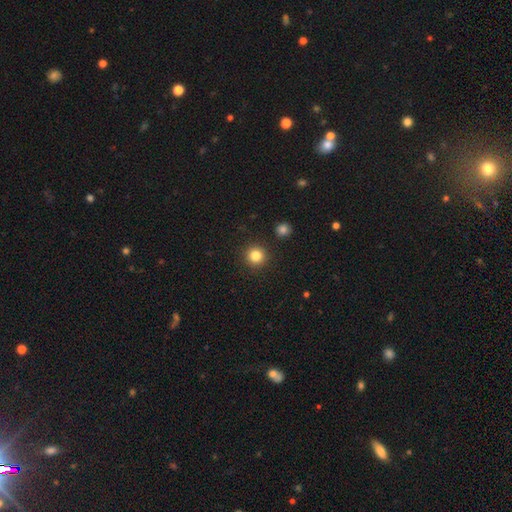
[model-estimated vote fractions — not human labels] smooth_or_featured: smooth (p=0.83) [alt: star or artifact p=0.11]
how_rounded: round (p=0.95) [alt: in between p=0.04]
merging: none (p=0.91) [alt: minor disturbance p=0.05]